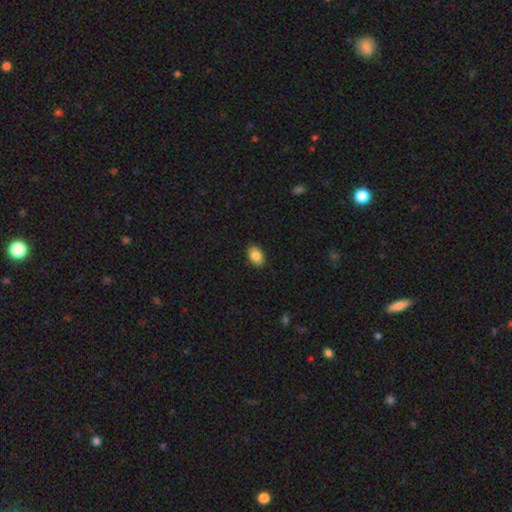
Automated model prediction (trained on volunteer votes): Overall: smooth (86%). How rounded: in between (86%). Merging: none (88%).